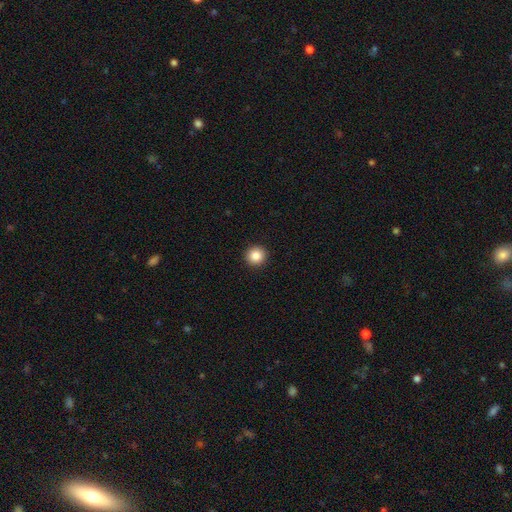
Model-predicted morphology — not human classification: smooth-or-featured: smooth: 86% | star or artifact: 10% | featured or disk: 4%
  how-rounded: round: 93% | in between: 6% | cigar-shaped: 1%
  merging: none: 93% | minor disturbance: 4% | major disturbance: 1% | merger: 1%